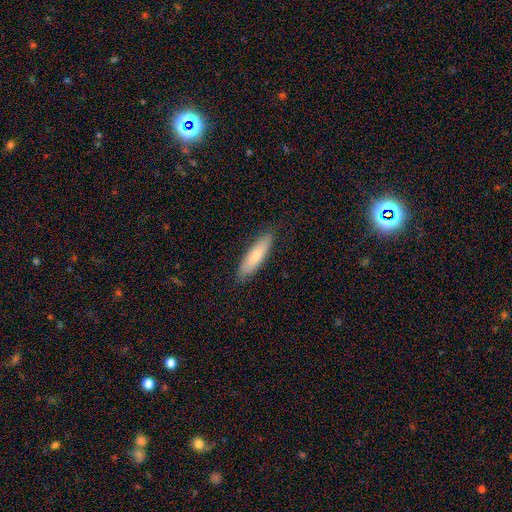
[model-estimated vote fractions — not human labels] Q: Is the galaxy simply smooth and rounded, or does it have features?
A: smooth — 76%.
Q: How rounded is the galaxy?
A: cigar-shaped — 65%.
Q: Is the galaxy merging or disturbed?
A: none — 86%.